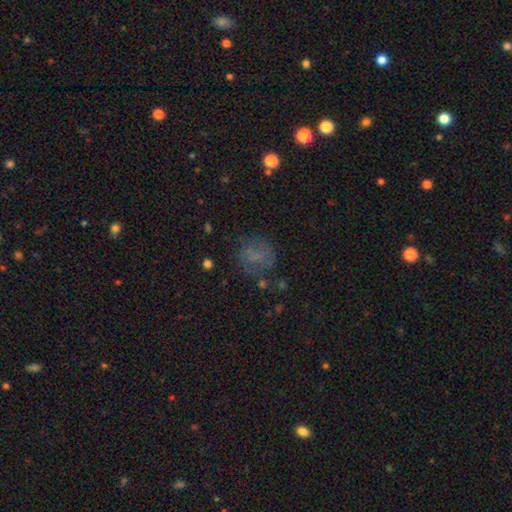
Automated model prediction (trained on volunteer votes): A smooth galaxy with no disk features (51%) that is round (69%).

Vote fractions:
- Smooth or featured? smooth: 51% / featured or disk: 28% / star or artifact: 21%
- How rounded? round: 69% / in between: 30% / cigar-shaped: 1%
- Merging? none: 63% / minor disturbance: 19% / major disturbance: 15% / merger: 3%